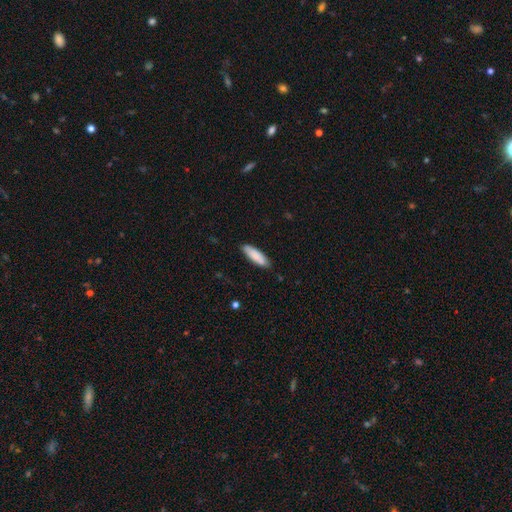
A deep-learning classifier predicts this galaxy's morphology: smooth_or_featured: smooth (p=0.85) [alt: featured or disk p=0.10]
how_rounded: cigar-shaped (p=0.54) [alt: in between p=0.44]
merging: none (p=0.84) [alt: minor disturbance p=0.13]